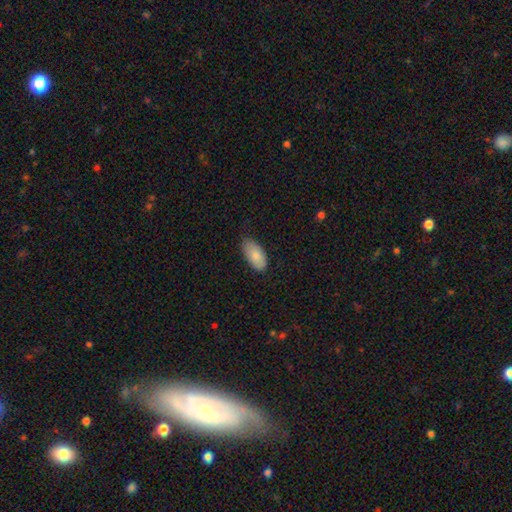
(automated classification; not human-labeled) A smooth galaxy with no disk features (84%) that is in between round and cigar-shaped (95%). Merging: none (74%).